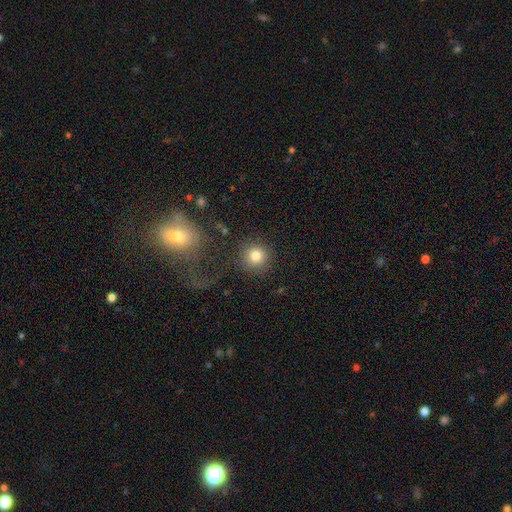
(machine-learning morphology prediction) Q: Smooth or featured?
A: smooth (82%); runner-up: star or artifact (11%)
Q: How rounded?
A: round (93%); runner-up: in between (6%)
Q: Merging?
A: none (85%); runner-up: minor disturbance (7%)